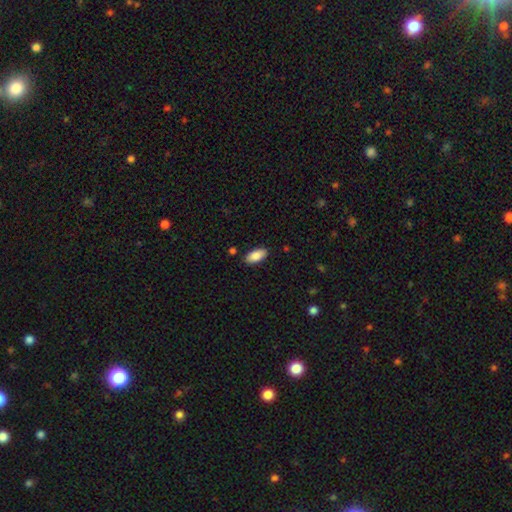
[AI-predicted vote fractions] Overall: smooth (87%). How rounded: in between (92%). Merging: none (87%).